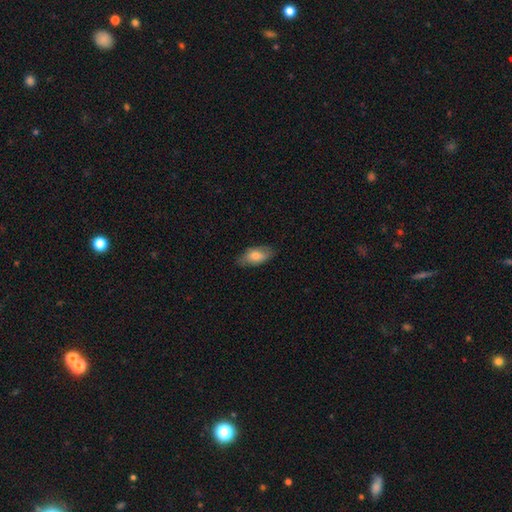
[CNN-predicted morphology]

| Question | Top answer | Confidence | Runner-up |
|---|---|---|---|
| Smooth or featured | smooth | 74% | featured or disk (20%) |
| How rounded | in between | 90% | cigar-shaped (6%) |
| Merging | none | 79% | minor disturbance (17%) |